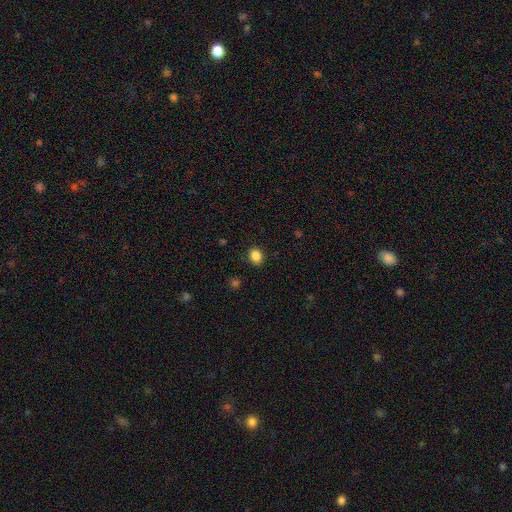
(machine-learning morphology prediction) Smooth or featured: smooth — 87% (star or artifact — 10%)
How rounded: round — 52% (in between — 47%)
Merging: none — 89% (minor disturbance — 8%)